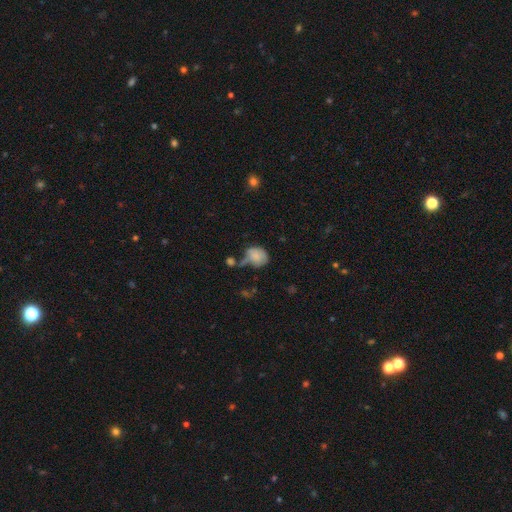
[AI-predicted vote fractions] Morphology: type=smooth (73%); roundness=round (50%); merging=none (31%).